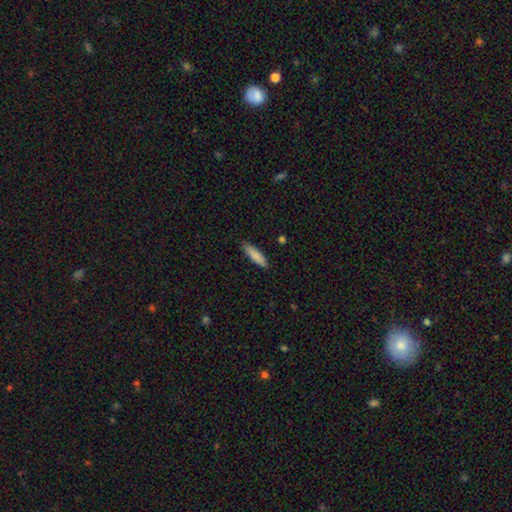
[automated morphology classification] The model was most divided on "how rounded": cigar-shaped: 66%, in between: 32%, round: 1%. More confident: merging — none (86%); smooth or featured — smooth (85%).